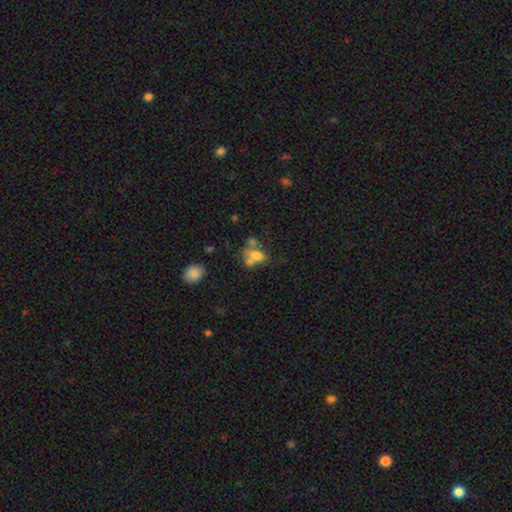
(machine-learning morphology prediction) A smooth galaxy with no disk features (65%) that is in between round and cigar-shaped (73%). Merging: merger (48%).